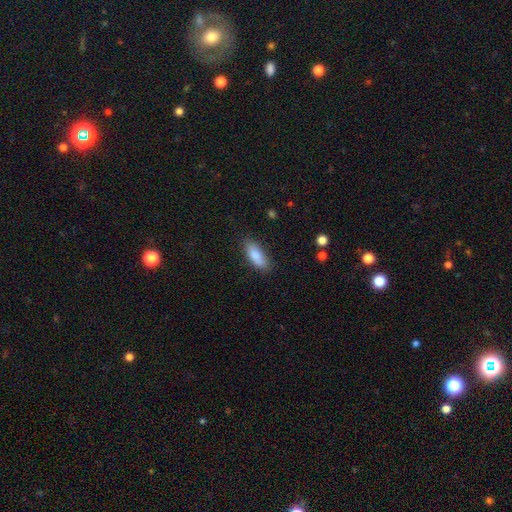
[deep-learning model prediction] A smooth galaxy with no disk features (84%) that is in between round and cigar-shaped (73%).

Vote fractions:
- Smooth or featured? smooth: 84% / featured or disk: 10% / star or artifact: 6%
- How rounded? in between: 73% / cigar-shaped: 25% / round: 2%
- Merging? none: 81% / minor disturbance: 14% / major disturbance: 3% / merger: 2%